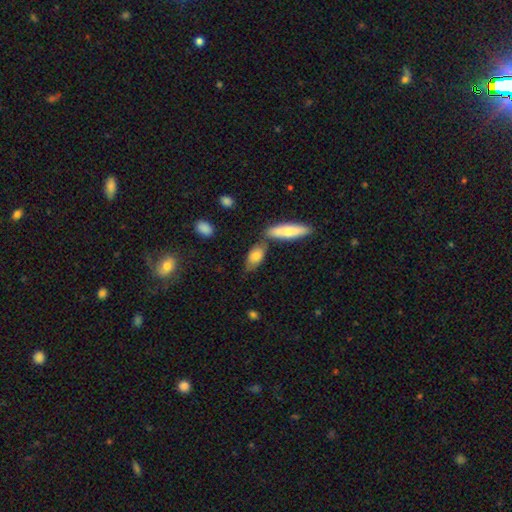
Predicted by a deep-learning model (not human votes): A smooth galaxy with no disk features (75%) that is in between round and cigar-shaped (81%). Merging: none (56%).